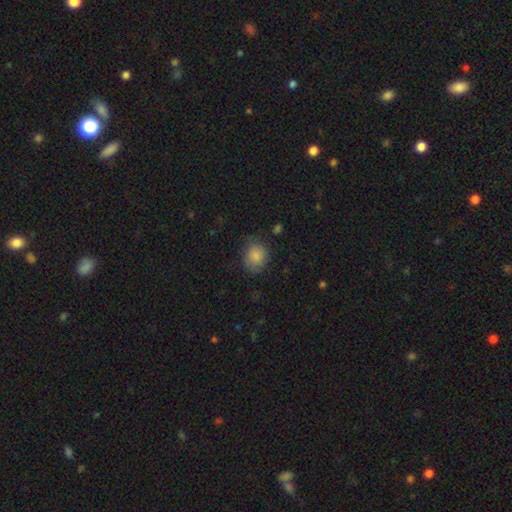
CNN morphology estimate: smooth-or-featured: smooth: 85% | star or artifact: 8% | featured or disk: 6%
  how-rounded: round: 66% | in between: 33% | cigar-shaped: 1%
  merging: none: 74% | minor disturbance: 19% | major disturbance: 6% | merger: 1%